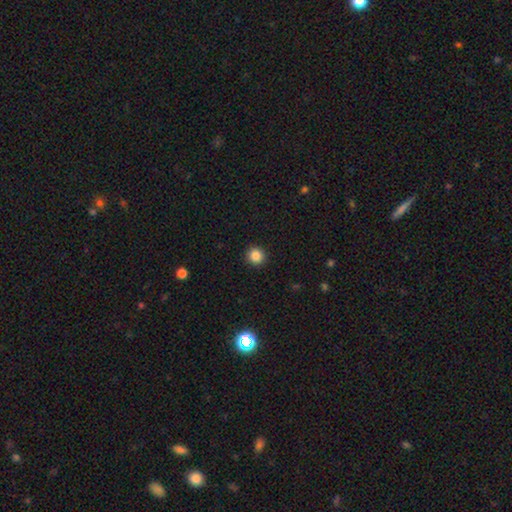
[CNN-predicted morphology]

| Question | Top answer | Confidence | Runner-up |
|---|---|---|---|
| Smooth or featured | smooth | 85% | star or artifact (11%) |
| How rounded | round | 94% | in between (5%) |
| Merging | none | 93% | minor disturbance (5%) |